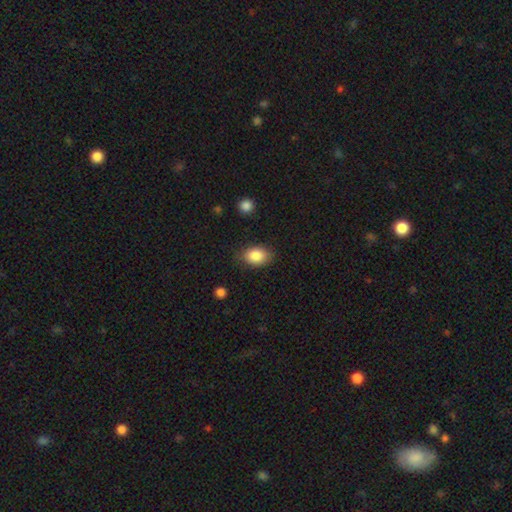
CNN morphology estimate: Smooth or featured? Predicted: smooth (p=0.86). How rounded? Predicted: in between (p=0.80). Merging? Predicted: none (p=0.79).